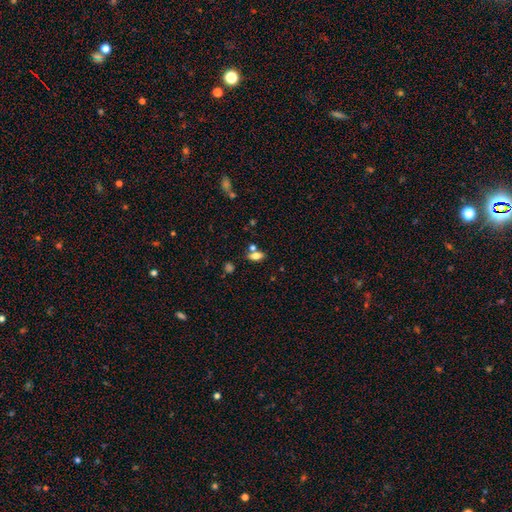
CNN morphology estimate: smooth_or_featured: smooth (p=0.72) [alt: featured or disk p=0.17]
how_rounded: in between (p=0.79) [alt: cigar-shaped p=0.14]
merging: none (p=0.62) [alt: merger p=0.21]